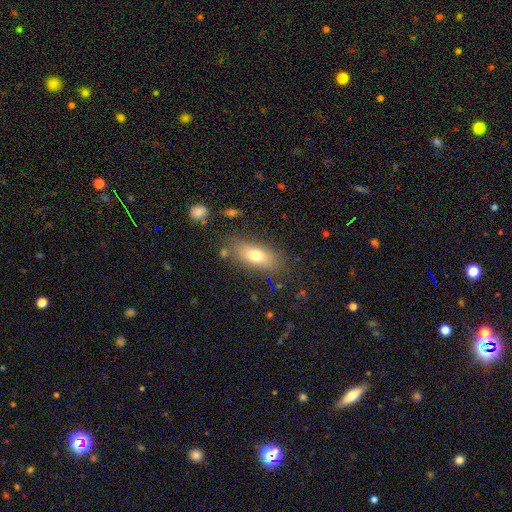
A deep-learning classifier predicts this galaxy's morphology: The model was most divided on "smooth or featured": smooth: 72%, featured or disk: 18%, star or artifact: 10%. More confident: how rounded — in between (80%); merging — none (78%).